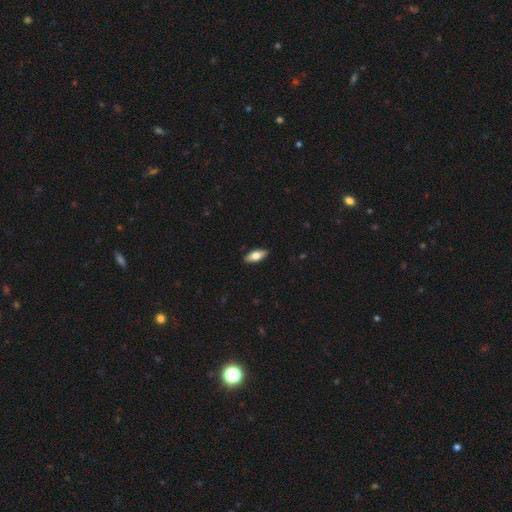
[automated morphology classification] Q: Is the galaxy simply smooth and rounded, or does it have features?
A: smooth — 71%.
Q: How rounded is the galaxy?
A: in between — 83%.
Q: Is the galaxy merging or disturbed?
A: none — 90%.